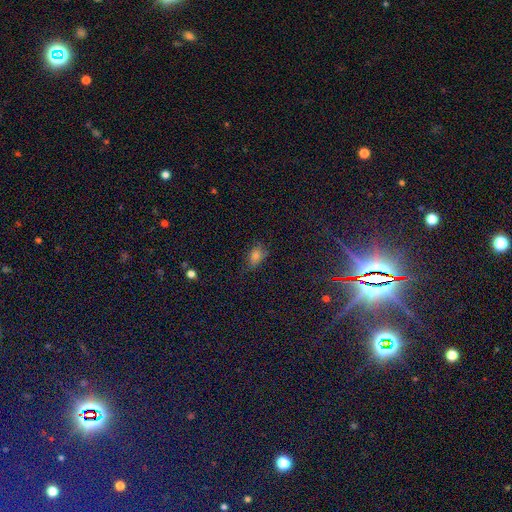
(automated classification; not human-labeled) Overall: smooth (61%; star or artifact 27%). How rounded: in between (81%). Merging: none (68%).